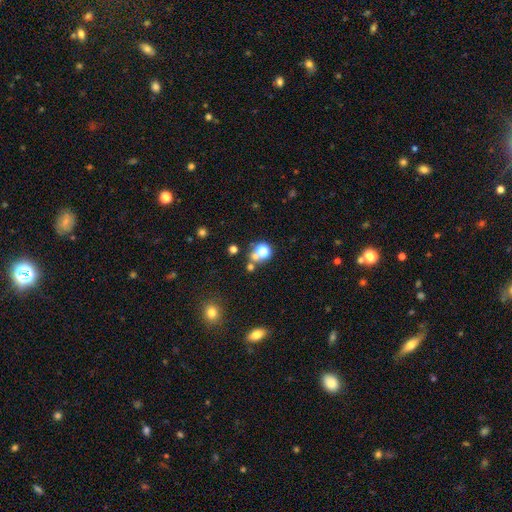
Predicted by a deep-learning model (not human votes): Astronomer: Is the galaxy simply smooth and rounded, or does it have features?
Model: smooth — 56% (runner-up: star or artifact, 34%).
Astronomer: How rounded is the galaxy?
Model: round — 85%.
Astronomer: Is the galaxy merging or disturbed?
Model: none — 60%.